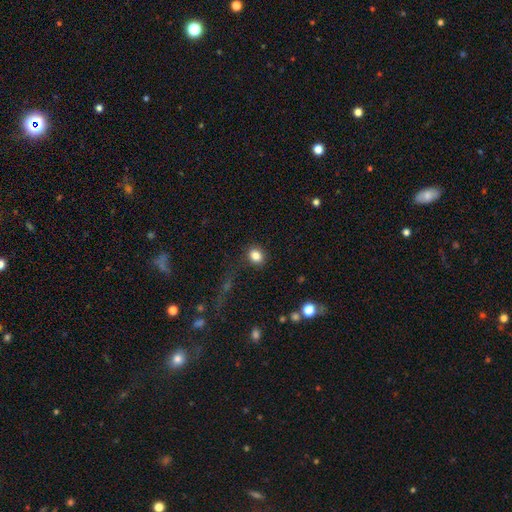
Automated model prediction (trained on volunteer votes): A smooth galaxy with no disk features (84%) that is round (67%).

Vote fractions:
- Smooth or featured? smooth: 84% / star or artifact: 11% / featured or disk: 5%
- How rounded? round: 67% / in between: 32% / cigar-shaped: 1%
- Merging? none: 85% / minor disturbance: 9% / major disturbance: 3% / merger: 2%